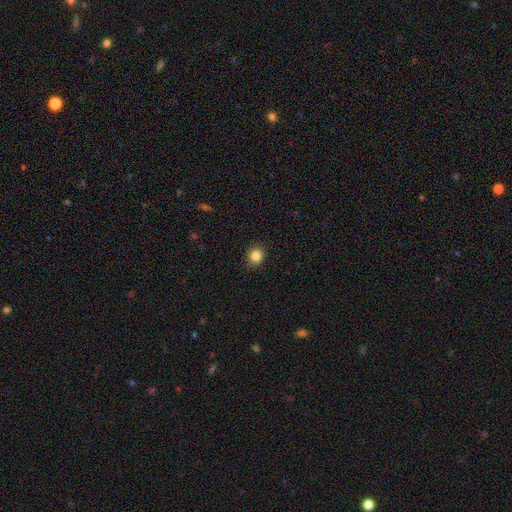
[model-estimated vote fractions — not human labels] Morphology: type=smooth (85%); roundness=round (71%); merging=none (89%).